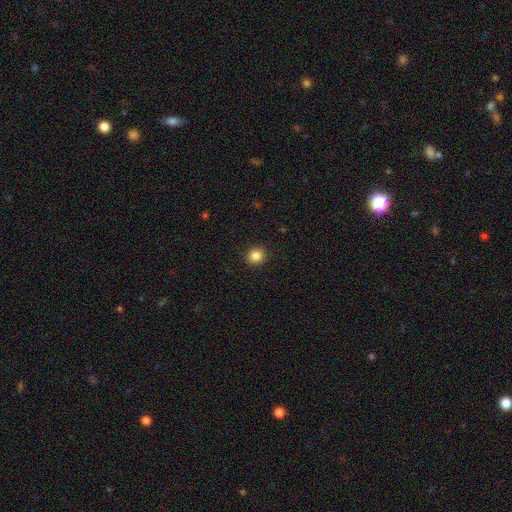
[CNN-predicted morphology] smooth-or-featured: smooth: 85% | star or artifact: 11% | featured or disk: 4%
  how-rounded: round: 88% | in between: 11% | cigar-shaped: 1%
  merging: none: 92% | minor disturbance: 5% | major disturbance: 2% | merger: 1%